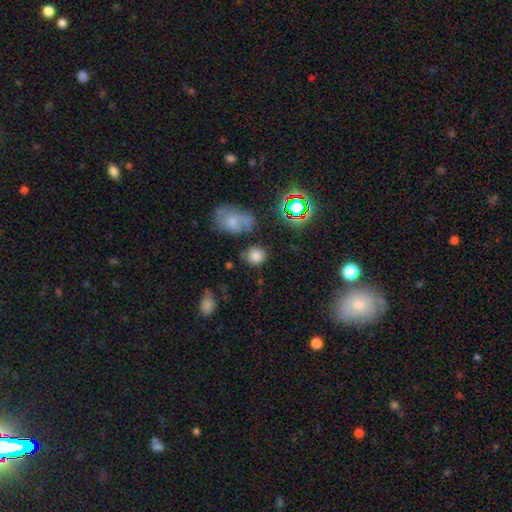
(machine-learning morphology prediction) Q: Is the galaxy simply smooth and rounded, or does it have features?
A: smooth — 78%.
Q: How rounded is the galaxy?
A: round — 81%.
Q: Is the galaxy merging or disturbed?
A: none — 70%.